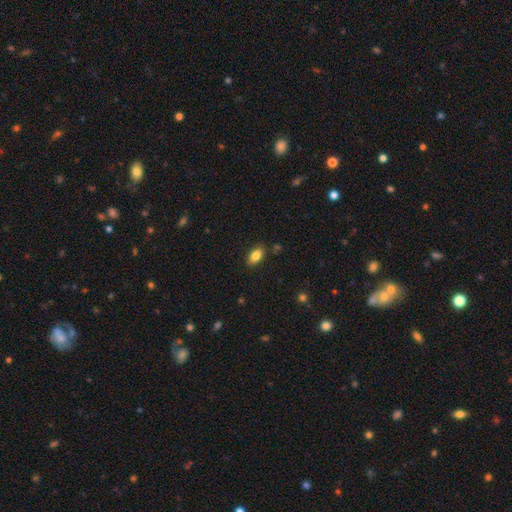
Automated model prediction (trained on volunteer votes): Q: Smooth or featured?
A: smooth (84%); runner-up: star or artifact (8%)
Q: How rounded?
A: in between (90%); runner-up: round (6%)
Q: Merging?
A: none (85%); runner-up: minor disturbance (11%)